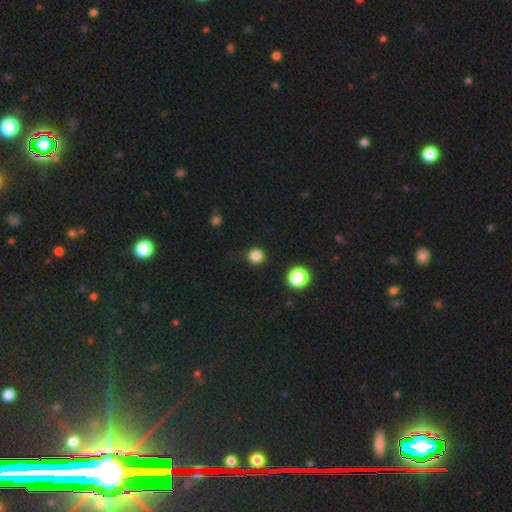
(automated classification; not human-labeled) Smooth or featured: smooth — 83% (star or artifact — 14%)
How rounded: round — 94% (in between — 5%)
Merging: none — 87% (minor disturbance — 9%)